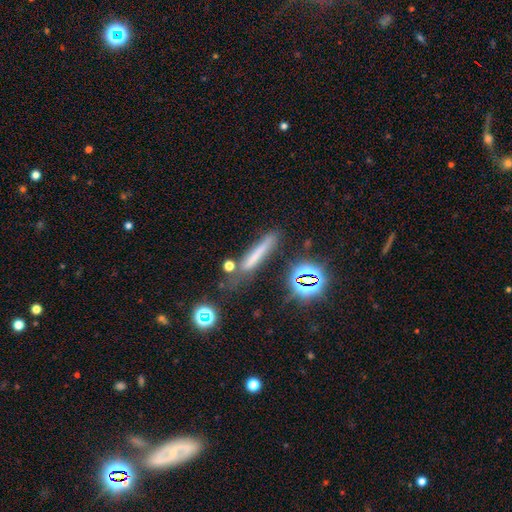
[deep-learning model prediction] The model was most divided on "smooth or featured": smooth: 56%, featured or disk: 23%, star or artifact: 21%. More confident: how rounded — cigar-shaped (89%); merging — none (68%).